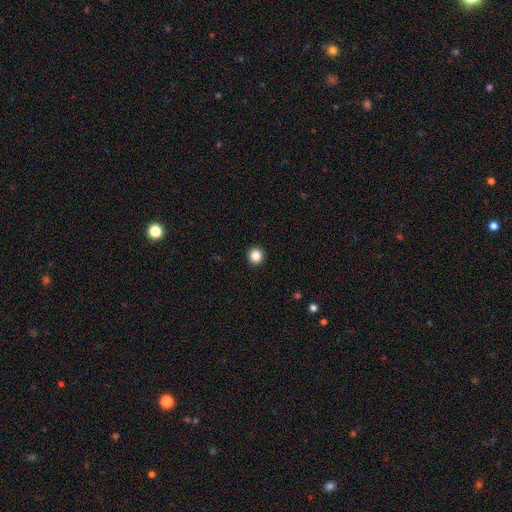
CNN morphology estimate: smooth_or_featured: smooth (p=0.86) [alt: star or artifact p=0.10]
how_rounded: round (p=0.95) [alt: in between p=0.04]
merging: none (p=0.94) [alt: minor disturbance p=0.04]